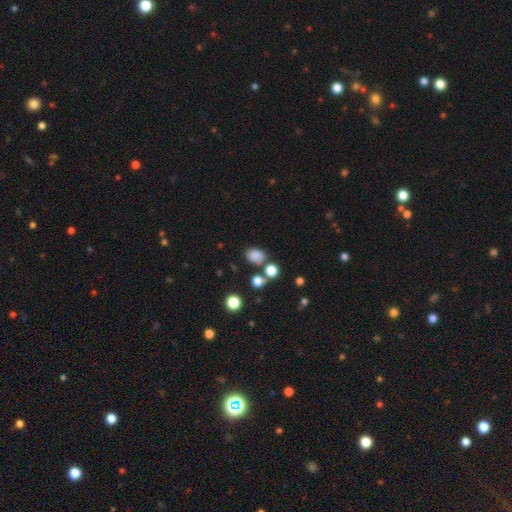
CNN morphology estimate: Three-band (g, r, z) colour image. It shows a smooth galaxy with no disk features (81%) that is in between round and cigar-shaped (60%). Merging: none (68%).